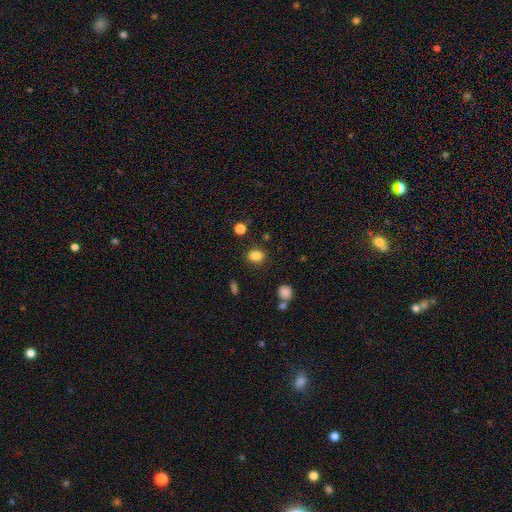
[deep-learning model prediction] Morphology: type=smooth (83%); roundness=round (57%); merging=none (85%).